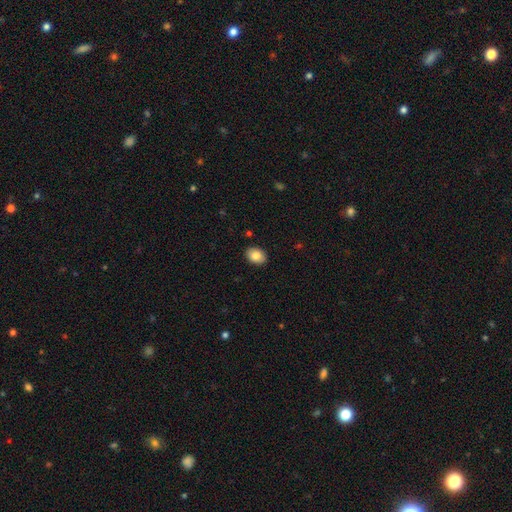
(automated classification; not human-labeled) Smooth or featured? Predicted: smooth (p=0.83). How rounded? Predicted: in between (p=0.74). Merging? Predicted: none (p=0.90).